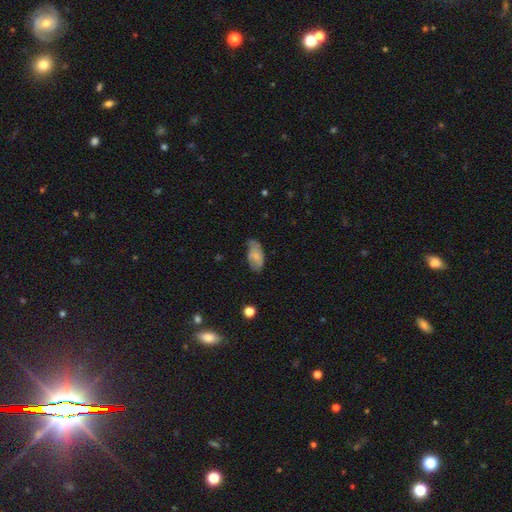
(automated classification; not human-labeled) smooth_or_featured: smooth (p=0.71) [alt: featured or disk p=0.21]
how_rounded: in between (p=0.93) [alt: cigar-shaped p=0.04]
merging: none (p=0.53) [alt: minor disturbance p=0.34]